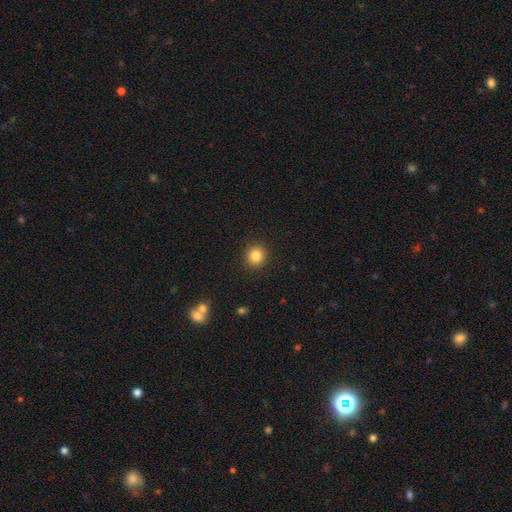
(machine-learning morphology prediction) smooth 84%, star or artifact 11%, featured or disk 5%. Down the decision tree: how rounded — round (91%); merging — none (92%).